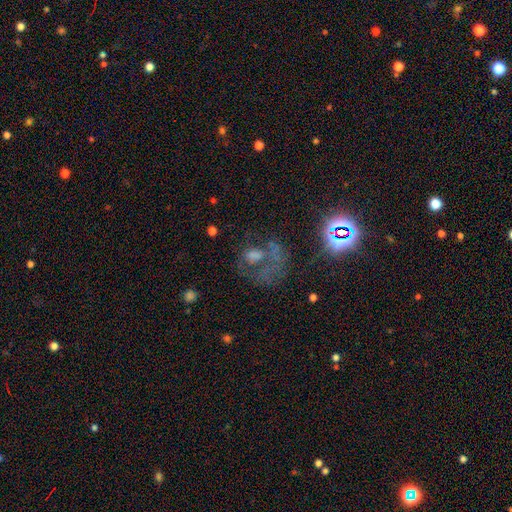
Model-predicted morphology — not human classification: Q: Smooth or featured?
A: featured or disk (39%); runner-up: smooth (34%)
Q: Merging?
A: major disturbance (42%); runner-up: none (33%)